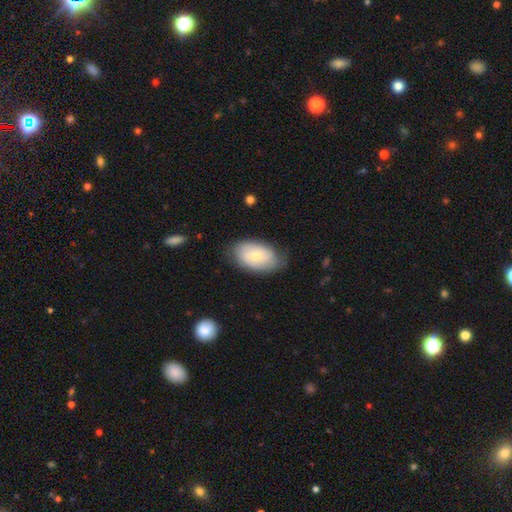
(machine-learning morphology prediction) This appears to be a smooth galaxy with no disk features (60%) that is in between round and cigar-shaped (92%). Merging: none (72%).